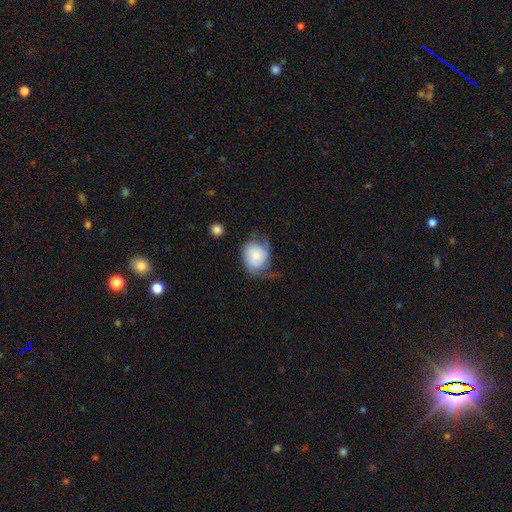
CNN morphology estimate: Q: Smooth or featured?
A: smooth (48%); runner-up: featured or disk (45%)
Q: Merging?
A: none (38%); runner-up: minor disturbance (33%)